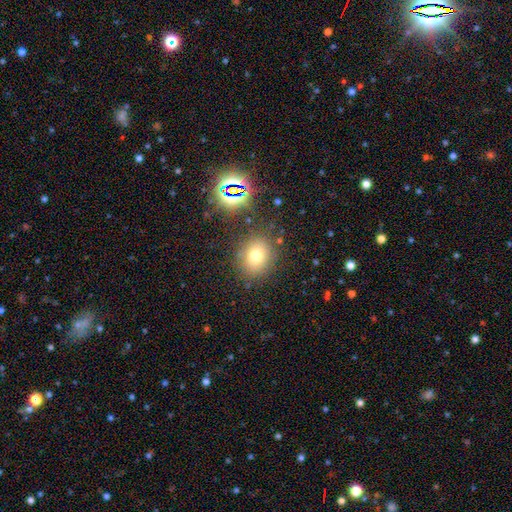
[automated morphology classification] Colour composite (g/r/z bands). It shows a smooth galaxy with no disk features (69%) that is round (65%). Merging: none (81%).